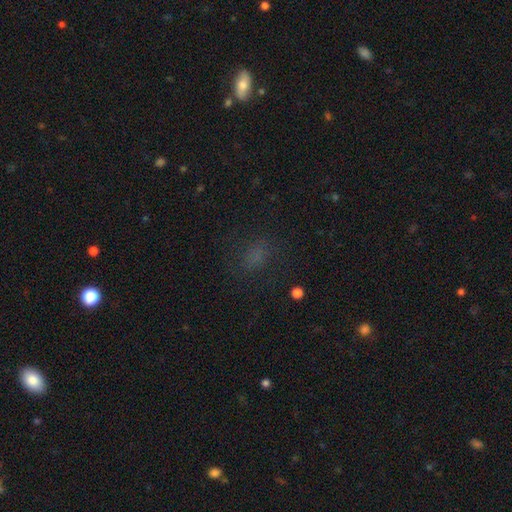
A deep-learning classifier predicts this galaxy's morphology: This is likely a smooth galaxy (62%). How rounded: likely in between (69%). Merging: likely none (73%).